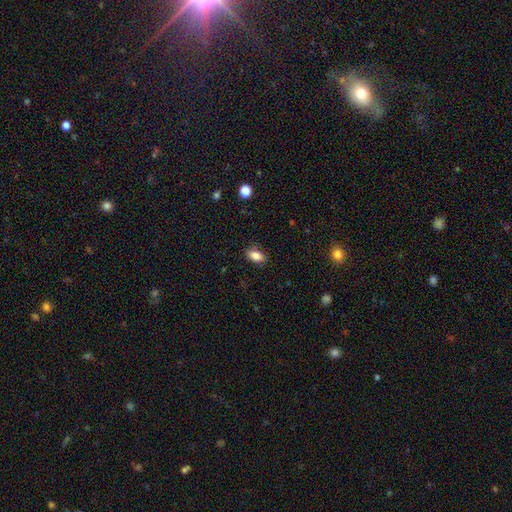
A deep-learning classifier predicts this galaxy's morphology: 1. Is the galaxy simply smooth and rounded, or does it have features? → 85% smooth, 9% star or artifact, 6% featured or disk.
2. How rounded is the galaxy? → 88% in between, 8% round, 4% cigar-shaped.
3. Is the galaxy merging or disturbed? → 83% none, 13% minor disturbance, 3% major disturbance, 1% merger.